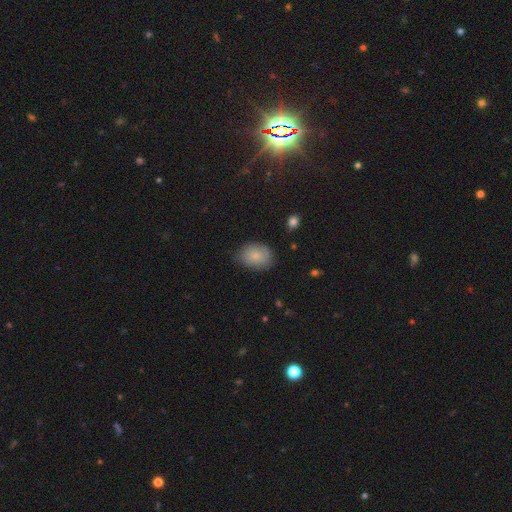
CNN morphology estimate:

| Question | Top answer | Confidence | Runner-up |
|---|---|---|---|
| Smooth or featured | smooth | 81% | featured or disk (12%) |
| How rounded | in between | 68% | round (31%) |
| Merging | none | 71% | minor disturbance (23%) |